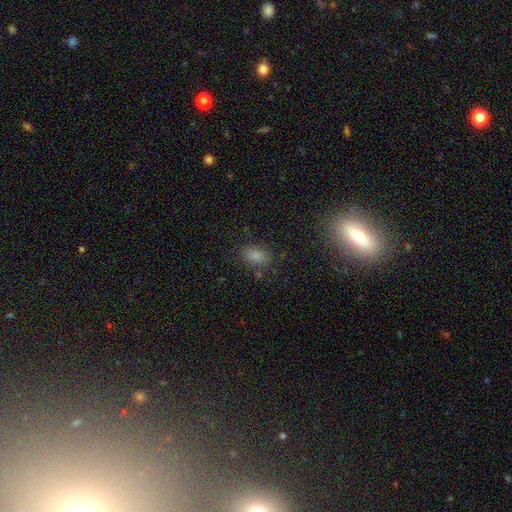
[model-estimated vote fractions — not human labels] smooth 81%, star or artifact 13%, featured or disk 6%. Down the decision tree: how rounded — in between (86%); merging — none (75%).